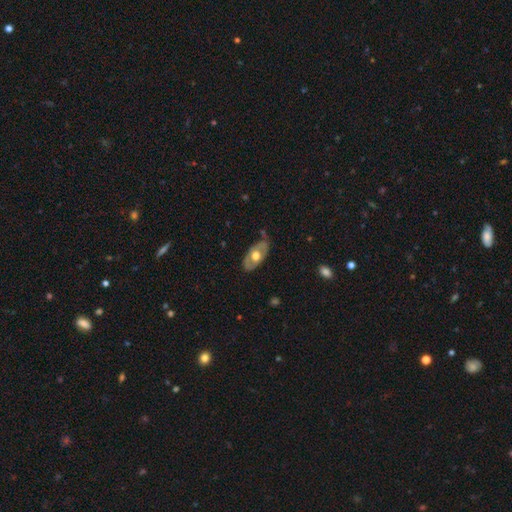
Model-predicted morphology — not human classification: The model was most divided on "smooth or featured": featured or disk: 49%, smooth: 46%, star or artifact: 5%. More confident: merging — none (74%).